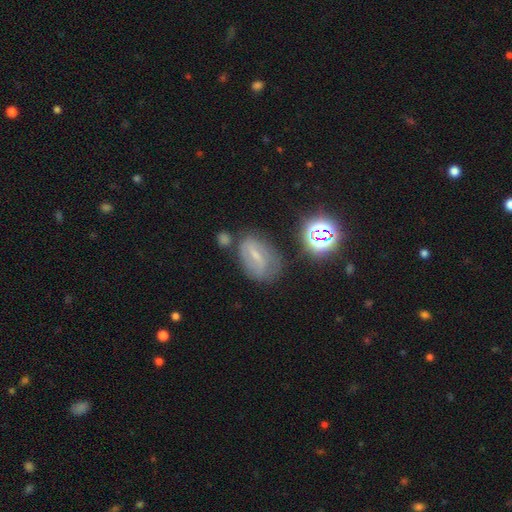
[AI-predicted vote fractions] A featured or disk galaxy (52%).

Vote fractions:
- Smooth or featured? featured or disk: 52% / smooth: 30% / star or artifact: 19%
- Edge-on disk? no: 91% / yes: 9%
- Merging? none: 62% / minor disturbance: 22% / major disturbance: 10% / merger: 6%